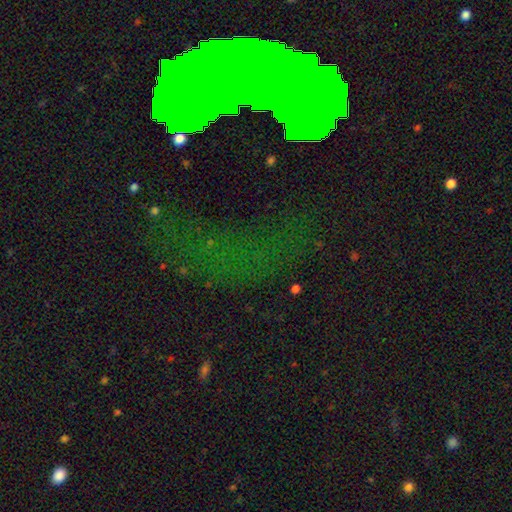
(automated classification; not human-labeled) Smooth or featured? Predicted: star or artifact (p=0.51).